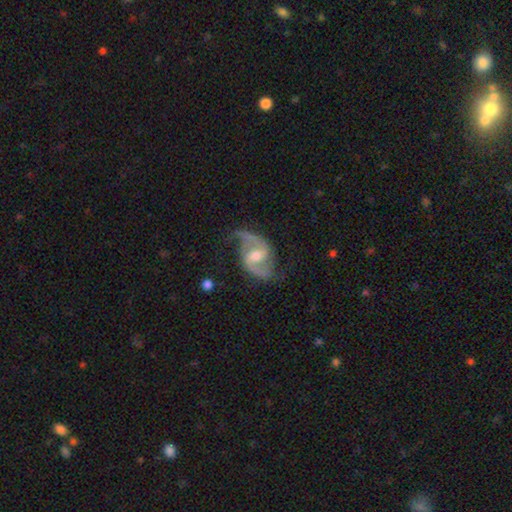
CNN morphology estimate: A featured or disk galaxy (91%) with a weak bar (51%), 2 (94%) medium (50%) spiral arms (98%) and a moderate central bulge (62%).

Vote fractions:
- Smooth or featured? featured or disk: 91% / star or artifact: 5% / smooth: 4%
- Edge-on disk? no: 98% / yes: 2%
- Bar? weak: 51% / no: 28% / strong: 21%
- Spiral arms? yes: 98% / no: 2%
- Spiral winding? medium: 50% / loose: 38% / tight: 12%
- Spiral arm count? 2: 94% / can't tell: 2% / 1: 1% / 3: 1% / 4: 1% / more than 4: 1%
- Bulge size? moderate: 62% / small: 30% / large: 5% / none: 3% / dominant: 1%
- Merging? none: 76% / minor disturbance: 16% / major disturbance: 6% / merger: 2%